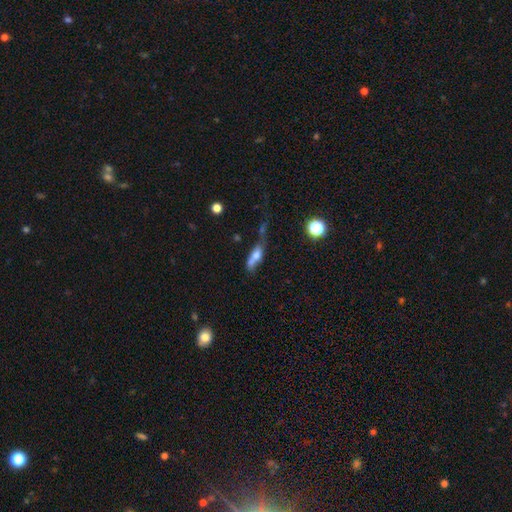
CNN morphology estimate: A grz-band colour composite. It shows a smooth galaxy with no disk features (56%) that is in between round and cigar-shaped (57%). Merging: merger (33%).